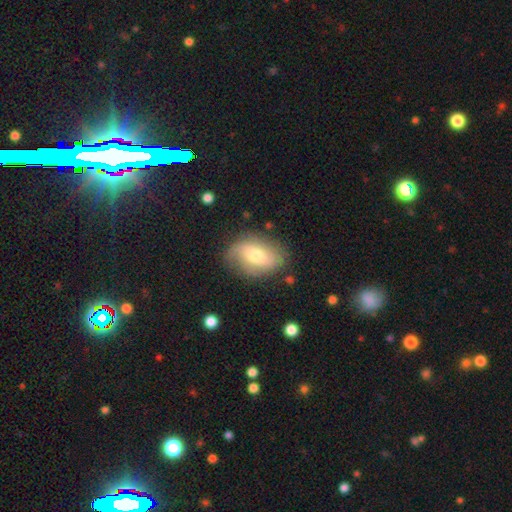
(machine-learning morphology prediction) smooth_or_featured: smooth (p=0.48) [alt: featured or disk p=0.44]
merging: none (p=0.72) [alt: minor disturbance p=0.19]